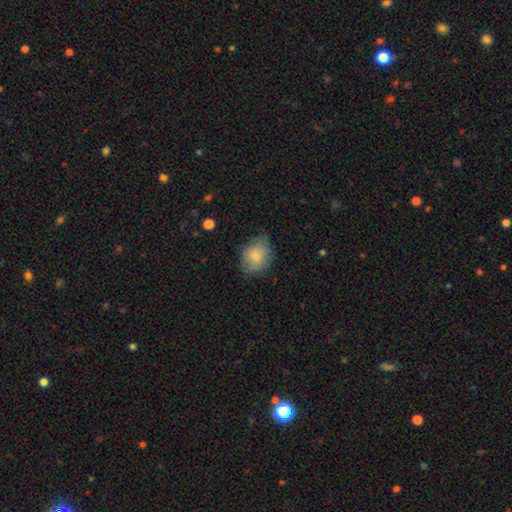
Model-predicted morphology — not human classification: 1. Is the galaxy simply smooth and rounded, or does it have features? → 78% smooth, 15% featured or disk, 7% star or artifact.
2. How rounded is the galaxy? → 51% round, 48% in between, 1% cigar-shaped.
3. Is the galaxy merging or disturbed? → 56% none, 33% minor disturbance, 9% major disturbance, 2% merger.